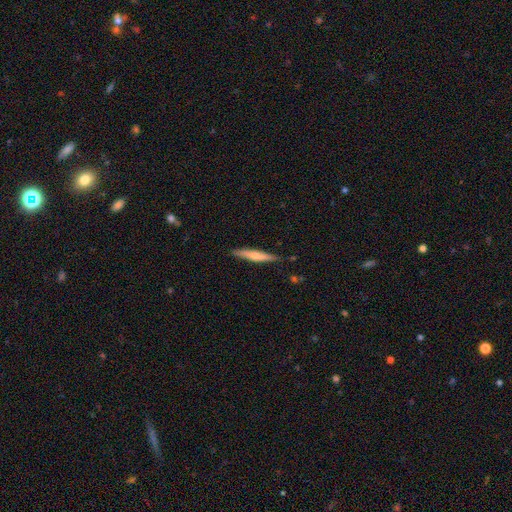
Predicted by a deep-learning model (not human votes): A smooth galaxy with no disk features (57%) that is cigar-shaped (93%). Merging: none (86%).